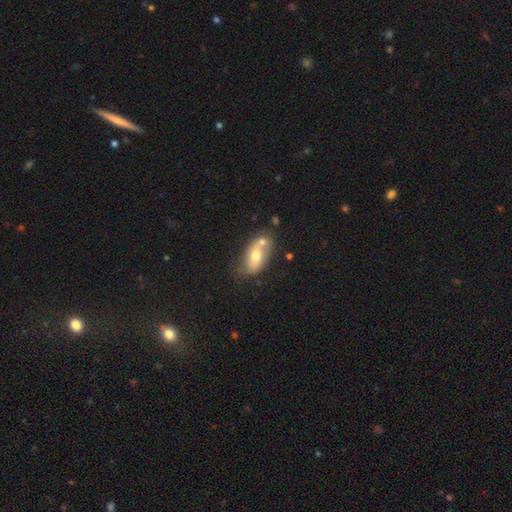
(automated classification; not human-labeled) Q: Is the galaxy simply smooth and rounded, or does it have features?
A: smooth — 52%.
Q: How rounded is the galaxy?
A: in between — 83%.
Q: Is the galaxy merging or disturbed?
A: none — 47%.